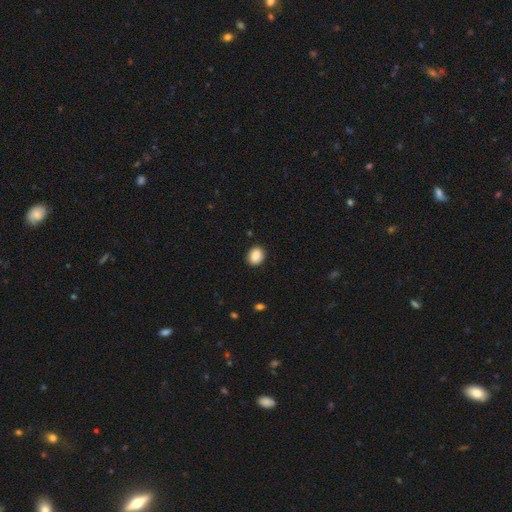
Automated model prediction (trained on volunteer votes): A smooth galaxy with no disk features (89%) that is round (50%). Merging: none (90%).